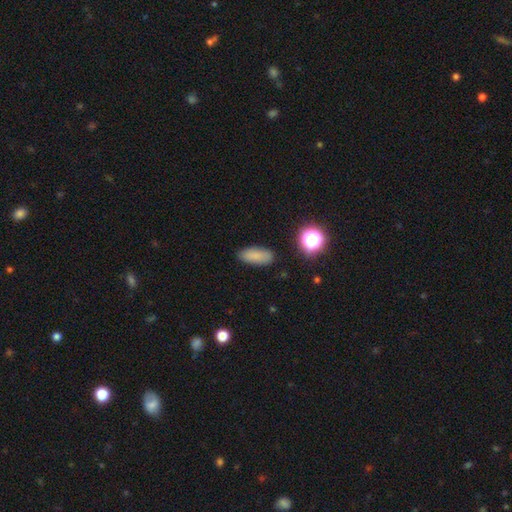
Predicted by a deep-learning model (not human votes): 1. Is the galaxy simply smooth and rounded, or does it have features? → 83% smooth, 11% star or artifact, 6% featured or disk.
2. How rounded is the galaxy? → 80% in between, 16% cigar-shaped, 4% round.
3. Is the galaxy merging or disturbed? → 84% none, 11% minor disturbance, 3% major disturbance, 2% merger.